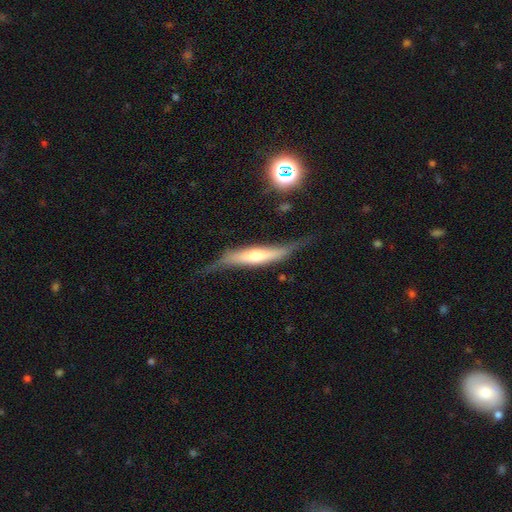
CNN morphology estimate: Smooth or featured?
  - featured or disk: 62% *
  - smooth: 31%
  - star or artifact: 7%
Edge-on disk?
  - yes: 79% *
  - no: 21%
Merging?
  - none: 56% *
  - minor disturbance: 28%
  - major disturbance: 13%
  - merger: 3%